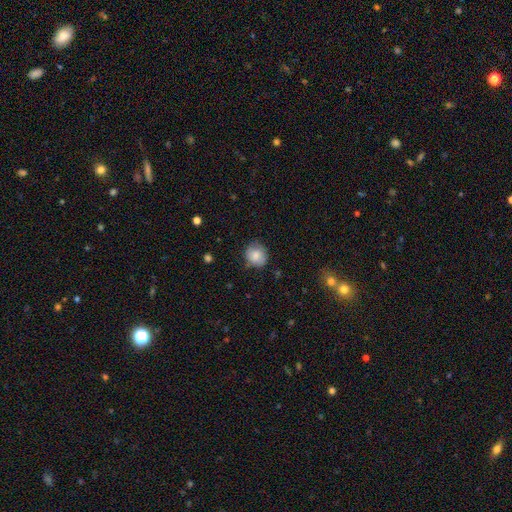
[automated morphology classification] smooth 79%, featured or disk 12%, star or artifact 8%. Down the decision tree: how rounded — round (80%); merging — none (75%).